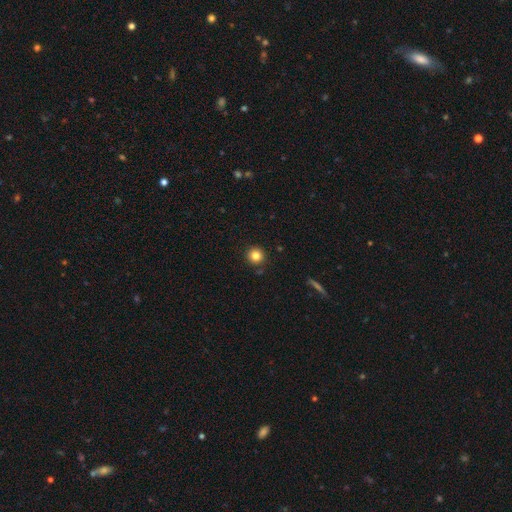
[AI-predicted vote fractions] Q: Smooth or featured?
A: smooth (83%); runner-up: star or artifact (12%)
Q: How rounded?
A: round (94%); runner-up: in between (5%)
Q: Merging?
A: none (90%); runner-up: minor disturbance (6%)